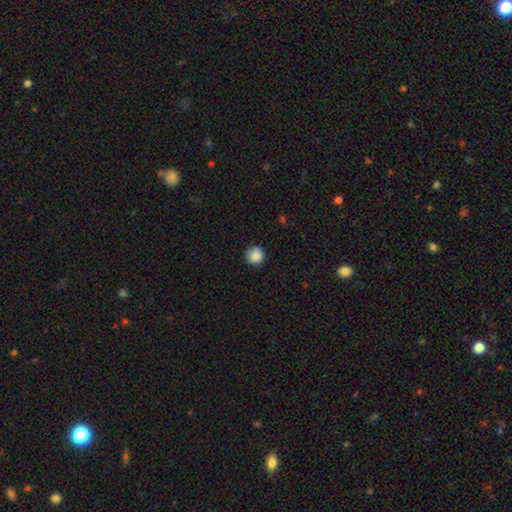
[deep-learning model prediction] This is clearly a smooth galaxy (86%). How rounded: clearly round (94%). Merging: clearly none (86%).